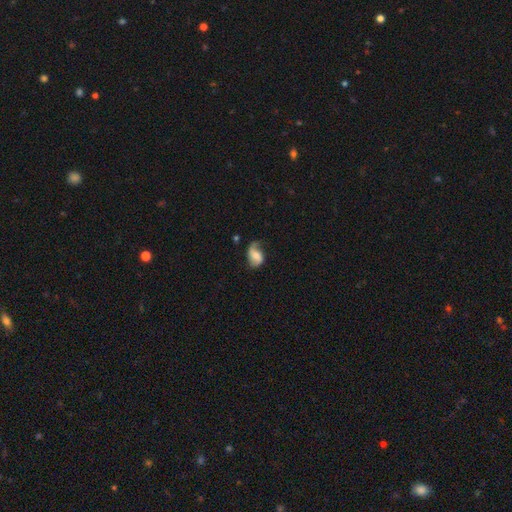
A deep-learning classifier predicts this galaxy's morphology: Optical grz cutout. It shows a featured or disk galaxy (50%). Merging: none (43%).